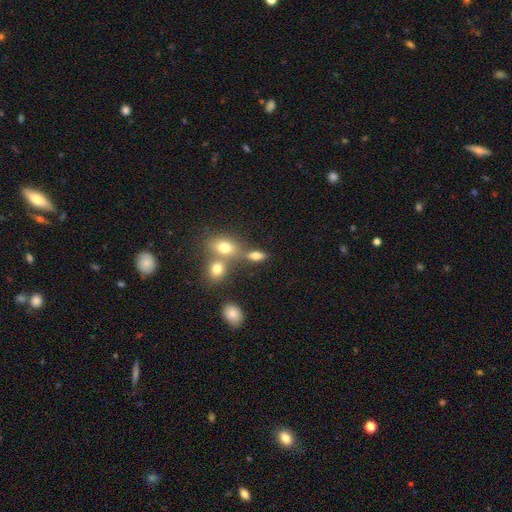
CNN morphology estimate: A smooth galaxy with no disk features (72%) that is in between round and cigar-shaped (72%).

Vote fractions:
- Smooth or featured? smooth: 72% / featured or disk: 15% / star or artifact: 13%
- How rounded? in between: 72% / round: 16% / cigar-shaped: 13%
- Merging? none: 52% / merger: 29% / minor disturbance: 12% / major disturbance: 7%